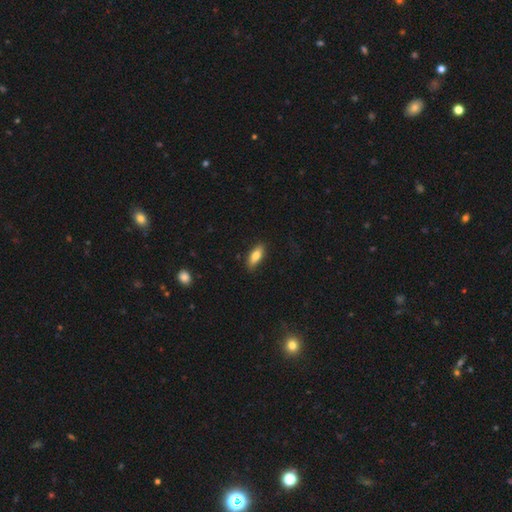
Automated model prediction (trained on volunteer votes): Overall: smooth (80%). How rounded: in between (73%). Merging: none (81%).